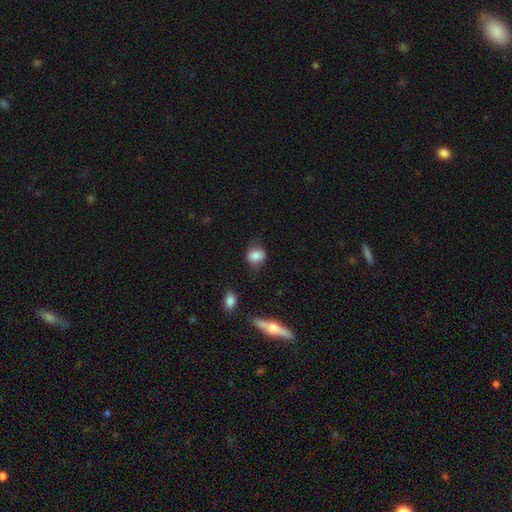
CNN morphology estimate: The model was most divided on "how rounded": round: 52%, in between: 46%, cigar-shaped: 2%. More confident: smooth or featured — smooth (82%); merging — none (67%).